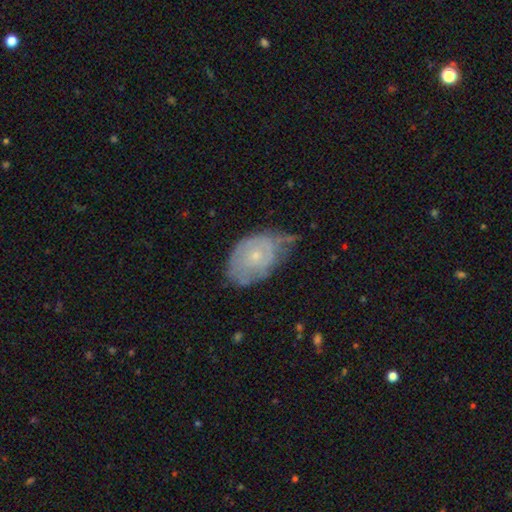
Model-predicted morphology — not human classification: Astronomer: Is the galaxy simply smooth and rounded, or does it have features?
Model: featured or disk — 54% (runner-up: smooth, 39%).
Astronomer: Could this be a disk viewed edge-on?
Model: no — 95%.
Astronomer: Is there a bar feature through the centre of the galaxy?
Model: no — 84%.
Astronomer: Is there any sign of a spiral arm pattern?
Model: yes — 57% (runner-up: no, 43%).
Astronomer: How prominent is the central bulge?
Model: small — 73%.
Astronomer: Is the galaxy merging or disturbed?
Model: none — 45% (runner-up: minor disturbance, 39%).